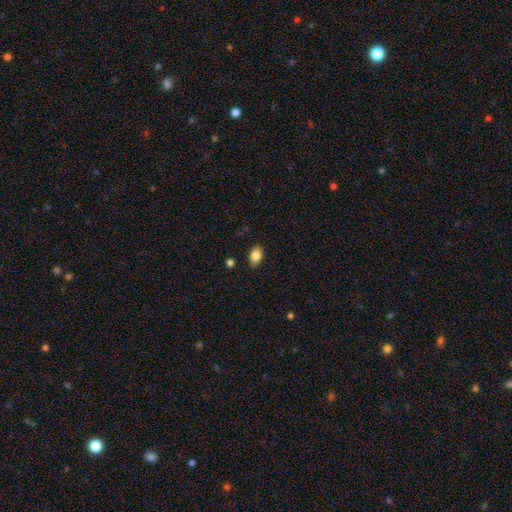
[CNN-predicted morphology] smooth 83%, featured or disk 9%, star or artifact 8%. Down the decision tree: how rounded — in between (90%); merging — none (87%).